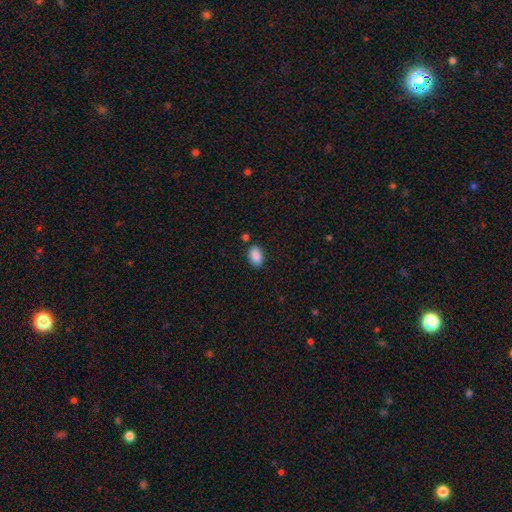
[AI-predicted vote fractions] smooth-or-featured: smooth: 89% | star or artifact: 7% | featured or disk: 4%
  how-rounded: in between: 92% | round: 6% | cigar-shaped: 2%
  merging: none: 83% | minor disturbance: 10% | merger: 4% | major disturbance: 2%